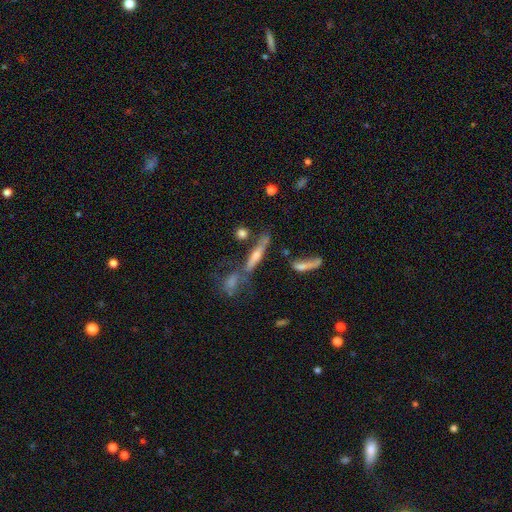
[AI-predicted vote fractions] Smooth or featured? featured or disk (58%)
Edge-on disk? yes (84%)
Merging? none (55%)